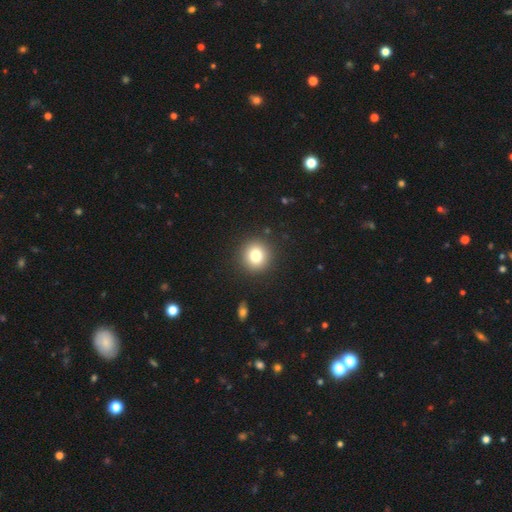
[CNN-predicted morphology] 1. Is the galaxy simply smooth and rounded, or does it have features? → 80% smooth, 11% star or artifact, 9% featured or disk.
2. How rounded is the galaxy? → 92% round, 7% in between, 1% cigar-shaped.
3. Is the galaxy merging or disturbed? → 91% none, 5% minor disturbance, 2% major disturbance, 1% merger.